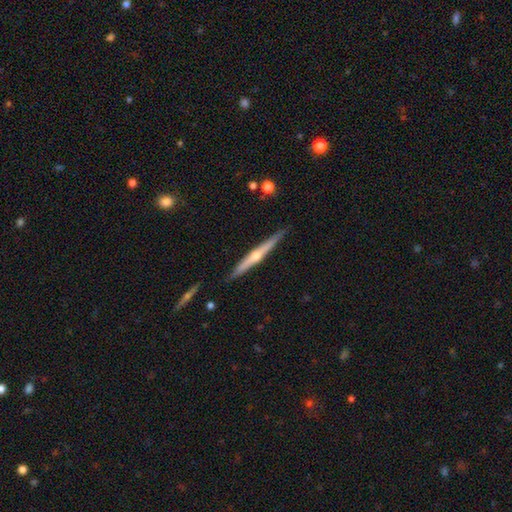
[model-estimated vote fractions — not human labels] featured or disk 73%, smooth 21%, star or artifact 5%. Down the decision tree: edge-on disk — yes (98%); edge-on bulge — rounded (86%); merging — none (89%).